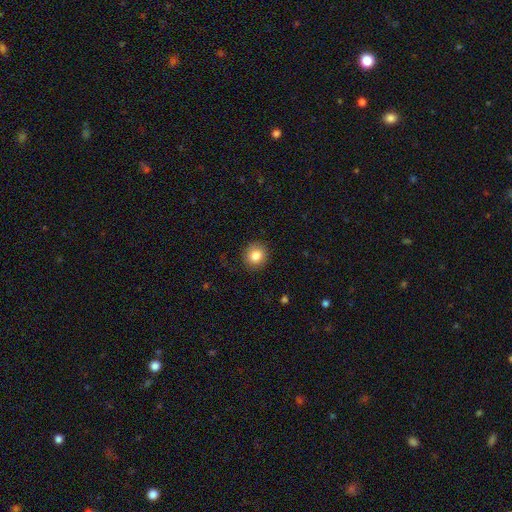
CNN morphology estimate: smooth_or_featured: smooth (p=0.84) [alt: star or artifact p=0.10]
how_rounded: round (p=0.87) [alt: in between p=0.12]
merging: none (p=0.89) [alt: minor disturbance p=0.08]